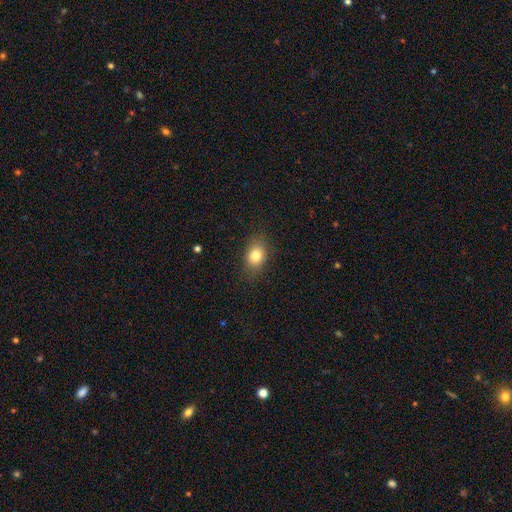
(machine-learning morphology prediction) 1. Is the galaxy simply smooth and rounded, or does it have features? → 81% smooth, 10% star or artifact, 9% featured or disk.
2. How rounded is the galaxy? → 71% in between, 28% round, 2% cigar-shaped.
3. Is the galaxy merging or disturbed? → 83% none, 12% minor disturbance, 4% major disturbance, 1% merger.